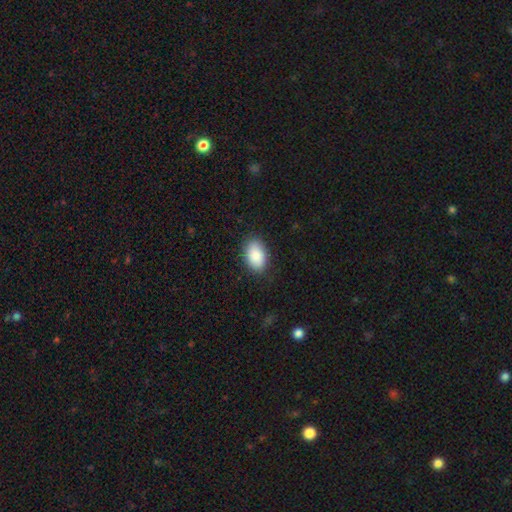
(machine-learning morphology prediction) smooth_or_featured: smooth (p=0.88) [alt: star or artifact p=0.07]
how_rounded: in between (p=0.91) [alt: round p=0.08]
merging: none (p=0.86) [alt: minor disturbance p=0.11]